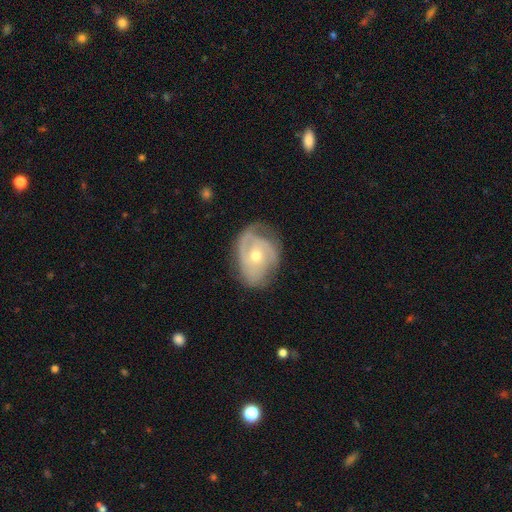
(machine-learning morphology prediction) A featured or disk galaxy (81%) with no bar (73%), 2 (38%) tight (53%) spiral arms (91%) and a moderate central bulge (55%). Merging: none (61%).